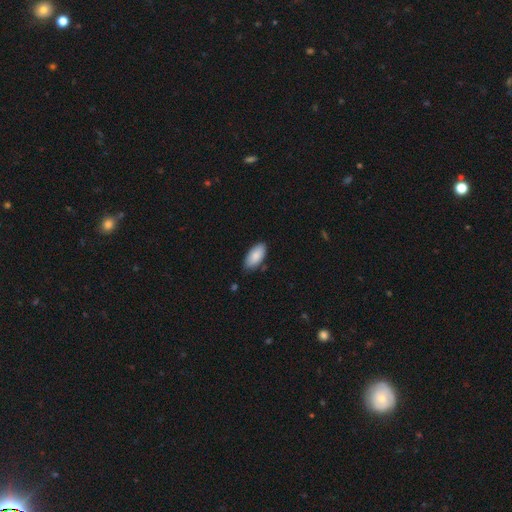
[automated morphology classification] The model was most divided on "merging": none: 80%, minor disturbance: 15%, major disturbance: 2%, merger: 2%. More confident: how rounded — in between (93%); smooth or featured — smooth (87%).